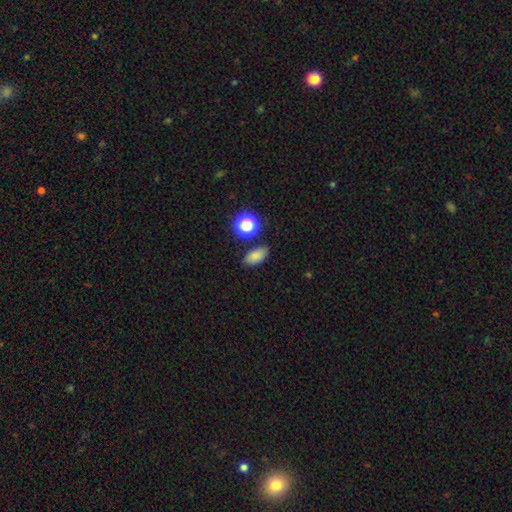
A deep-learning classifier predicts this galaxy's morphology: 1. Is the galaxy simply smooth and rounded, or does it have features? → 80% smooth, 13% star or artifact, 7% featured or disk.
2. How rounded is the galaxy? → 86% in between, 10% round, 4% cigar-shaped.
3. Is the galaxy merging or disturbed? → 82% none, 11% minor disturbance, 4% merger, 3% major disturbance.